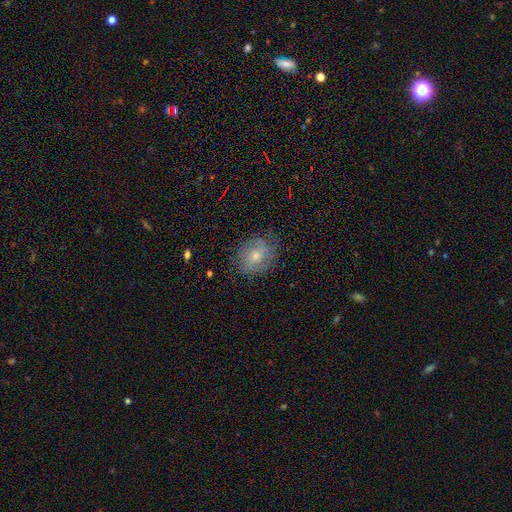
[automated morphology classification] smooth_or_featured: smooth (p=0.46) [alt: featured or disk p=0.44]
merging: none (p=0.74) [alt: minor disturbance p=0.18]